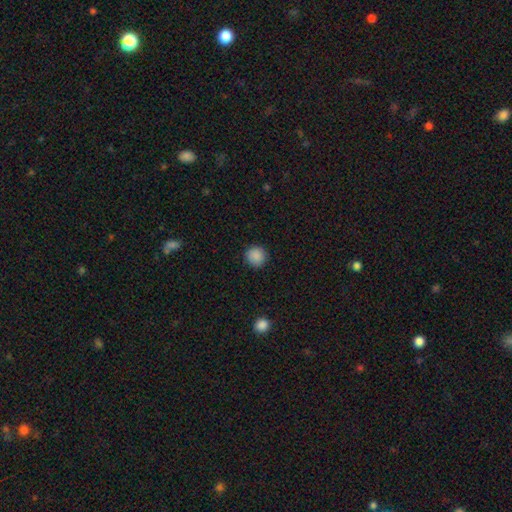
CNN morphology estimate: This is clearly a smooth galaxy (89%). How rounded: clearly round (94%). Merging: clearly none (91%).